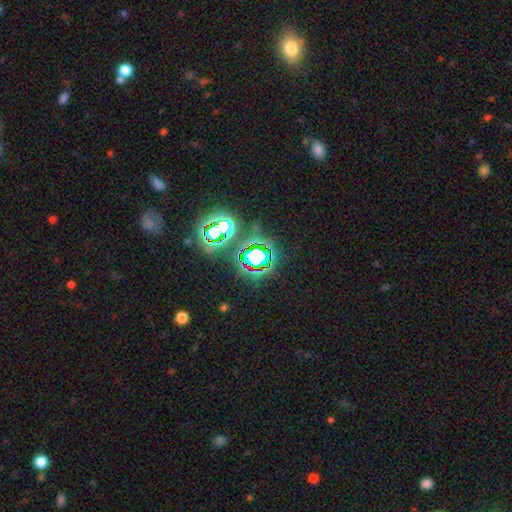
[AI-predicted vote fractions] Smooth or featured? star or artifact (70%)